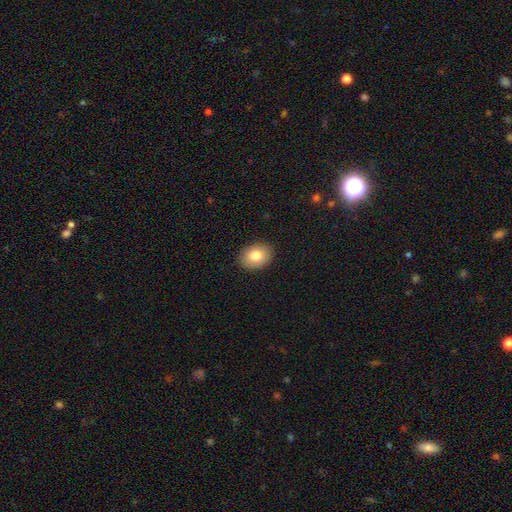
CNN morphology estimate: smooth_or_featured: smooth (p=0.82) [alt: featured or disk p=0.10]
how_rounded: in between (p=0.65) [alt: round p=0.34]
merging: none (p=0.90) [alt: minor disturbance p=0.07]